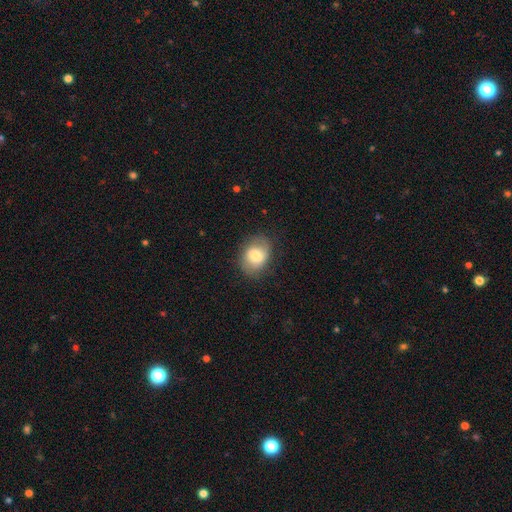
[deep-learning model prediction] Smooth or featured: smooth — 69% (featured or disk — 23%)
How rounded: in between — 60% (round — 39%)
Merging: none — 75% (minor disturbance — 18%)